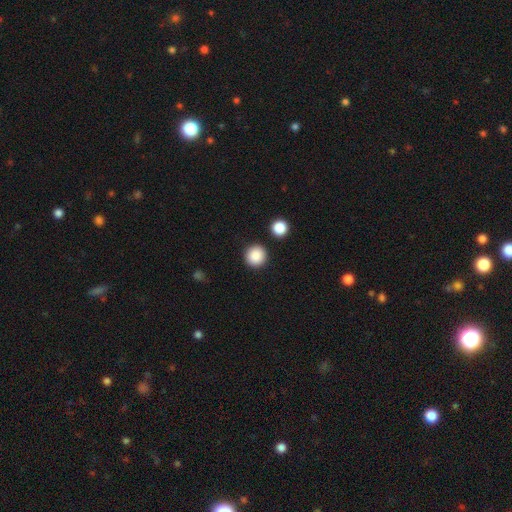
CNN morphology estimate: Smooth or featured? smooth (88%)
How rounded? round (95%)
Merging? none (90%)